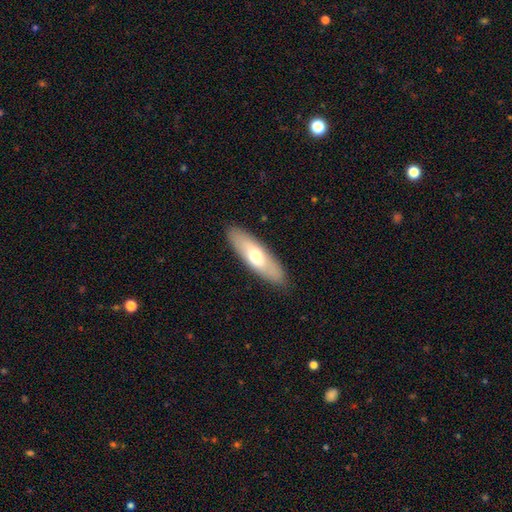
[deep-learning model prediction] smooth_or_featured: smooth (p=0.61) [alt: featured or disk p=0.34]
how_rounded: in between (p=0.52) [alt: cigar-shaped p=0.46]
merging: none (p=0.87) [alt: minor disturbance p=0.09]